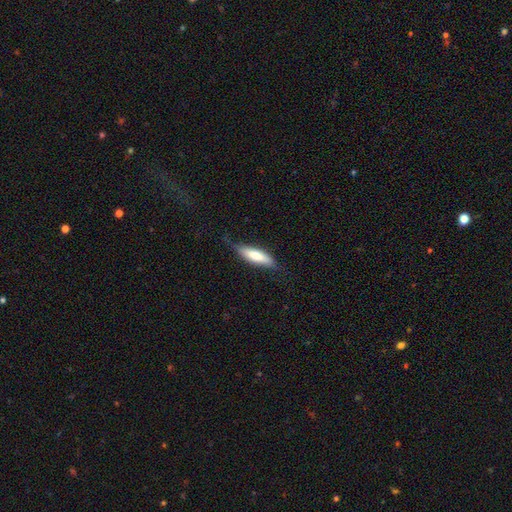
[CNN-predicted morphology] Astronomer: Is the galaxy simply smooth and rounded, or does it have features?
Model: smooth — 64%.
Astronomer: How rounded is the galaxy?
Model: cigar-shaped — 56% (runner-up: in between, 42%).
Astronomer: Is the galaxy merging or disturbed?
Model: none — 64%.